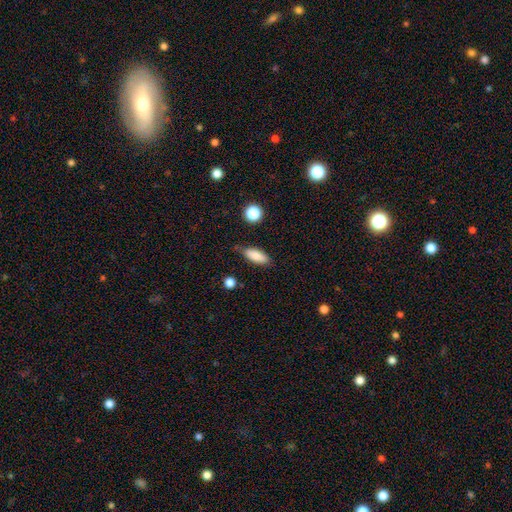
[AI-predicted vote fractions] Smooth or featured? Predicted: smooth (p=0.83). How rounded? Predicted: in between (p=0.72). Merging? Predicted: none (p=0.76).